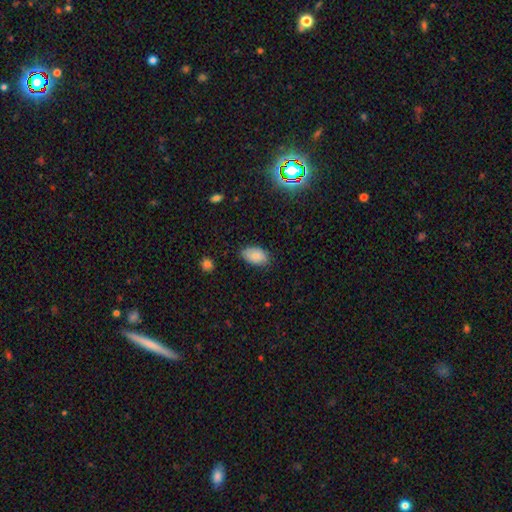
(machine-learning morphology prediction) smooth 83%, featured or disk 9%, star or artifact 8%. Down the decision tree: how rounded — in between (92%); merging — none (78%).